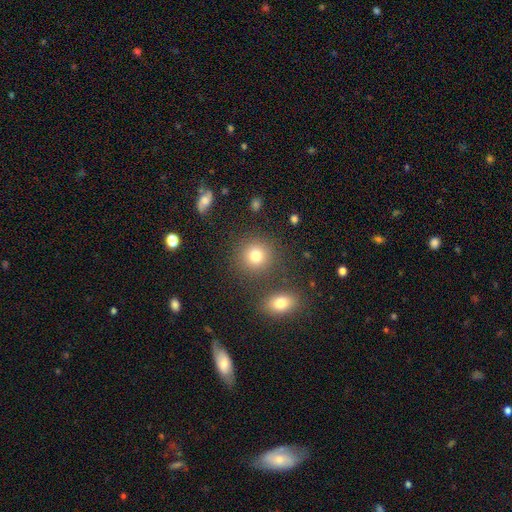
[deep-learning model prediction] The model was most divided on "smooth or featured": smooth: 80%, star or artifact: 13%, featured or disk: 8%. More confident: how rounded — round (88%); merging — none (82%).